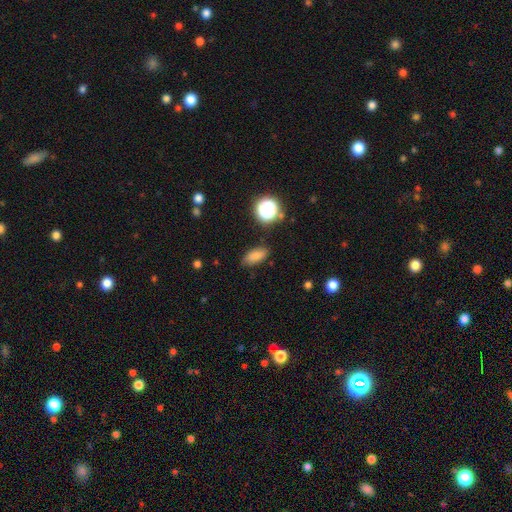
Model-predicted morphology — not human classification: smooth-or-featured: smooth: 80% | star or artifact: 13% | featured or disk: 7%
  how-rounded: in between: 83% | cigar-shaped: 9% | round: 8%
  merging: none: 83% | minor disturbance: 12% | major disturbance: 3% | merger: 2%